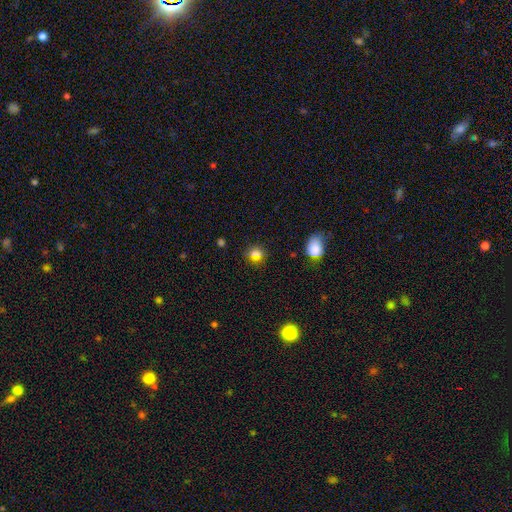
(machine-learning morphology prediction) type=smooth (77%); roundness=round (79%); merging=none (81%).